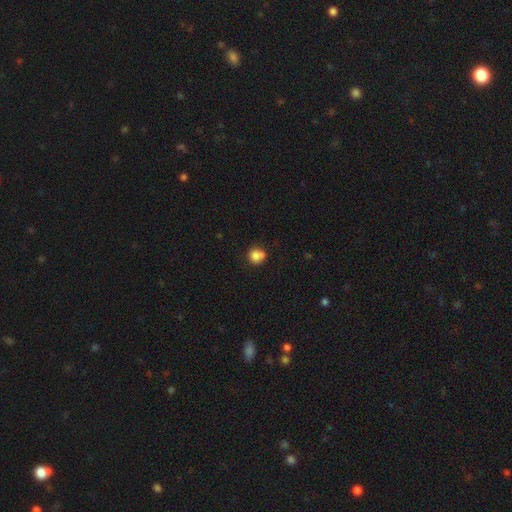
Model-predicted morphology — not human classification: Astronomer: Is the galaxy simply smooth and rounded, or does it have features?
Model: smooth — 80%.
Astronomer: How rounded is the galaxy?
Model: round — 81%.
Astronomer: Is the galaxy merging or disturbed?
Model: none — 54%.